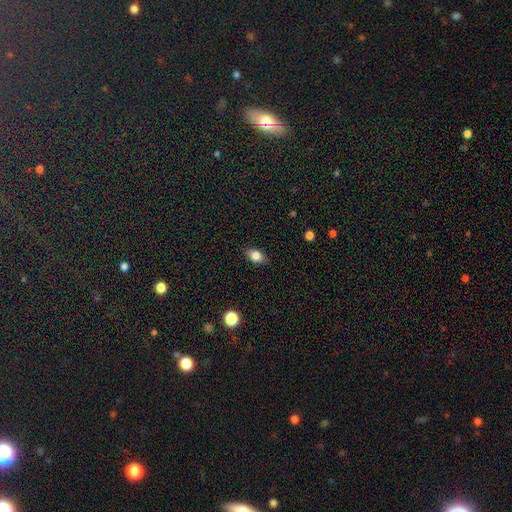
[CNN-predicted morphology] smooth-or-featured: smooth: 82% | featured or disk: 9% | star or artifact: 9%
  how-rounded: in between: 82% | round: 15% | cigar-shaped: 3%
  merging: none: 86% | minor disturbance: 11% | major disturbance: 2% | merger: 1%